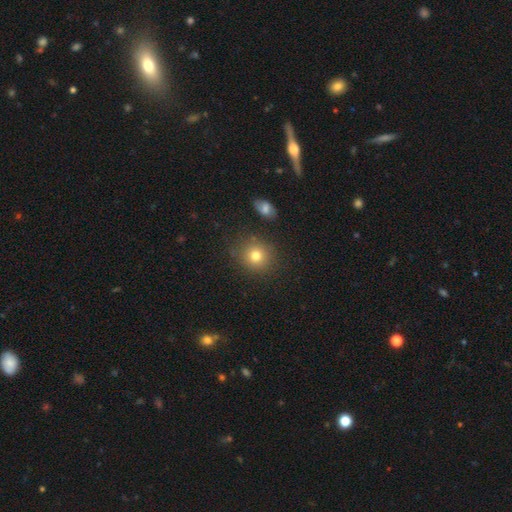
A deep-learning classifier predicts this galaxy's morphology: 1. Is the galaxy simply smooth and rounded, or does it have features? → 78% smooth, 13% star or artifact, 9% featured or disk.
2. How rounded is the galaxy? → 85% round, 14% in between, 1% cigar-shaped.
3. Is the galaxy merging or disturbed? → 83% none, 10% minor disturbance, 4% merger, 3% major disturbance.